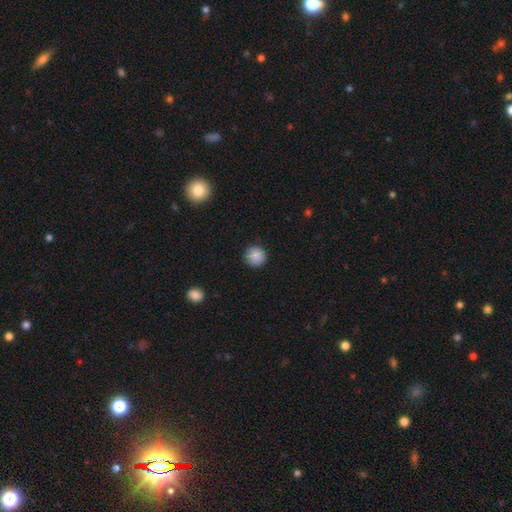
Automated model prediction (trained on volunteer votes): Overall: smooth (88%). How rounded: round (95%). Merging: none (90%).